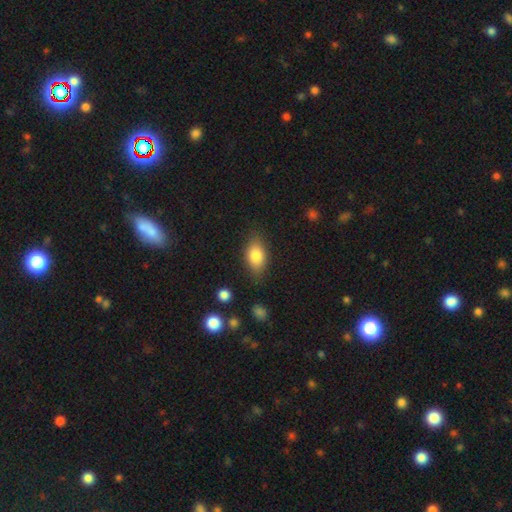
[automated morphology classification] smooth 82%, featured or disk 10%, star or artifact 8%. Down the decision tree: how rounded — in between (87%); merging — none (78%).